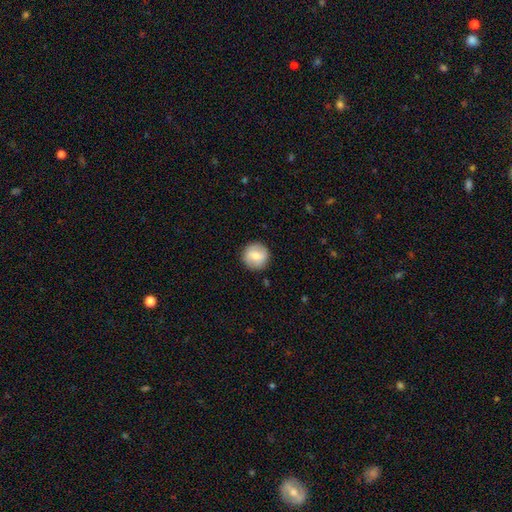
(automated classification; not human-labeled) Morphology: type=smooth (67%); roundness=round (95%); merging=none (89%).